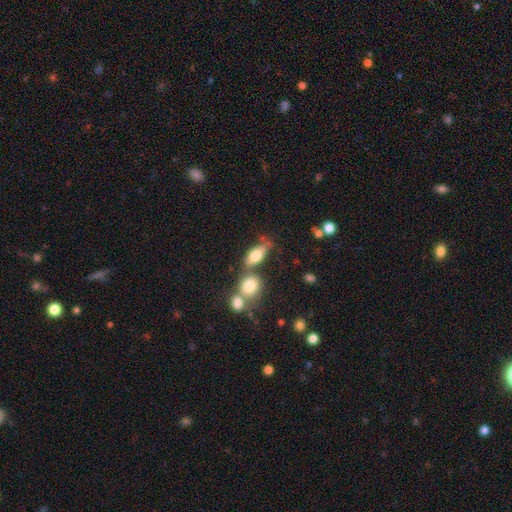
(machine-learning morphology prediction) A smooth galaxy with no disk features (72%) that is in between round and cigar-shaped (77%). Merging: none (45%).